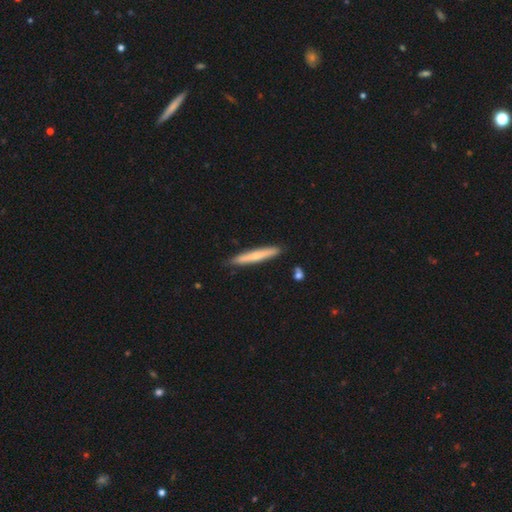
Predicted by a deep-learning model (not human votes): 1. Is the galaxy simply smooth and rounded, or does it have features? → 62% smooth, 32% featured or disk, 5% star or artifact.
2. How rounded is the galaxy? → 95% cigar-shaped, 4% in between, 1% round.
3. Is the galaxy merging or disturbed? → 89% none, 8% minor disturbance, 2% merger, 1% major disturbance.